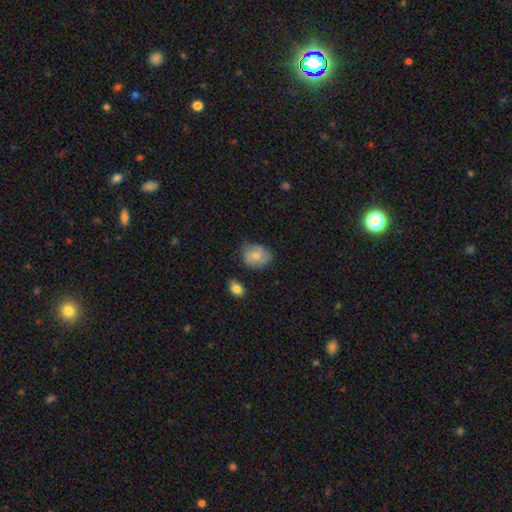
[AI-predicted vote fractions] Morphology: type=smooth (73%); roundness=round (54%); merging=none (61%).